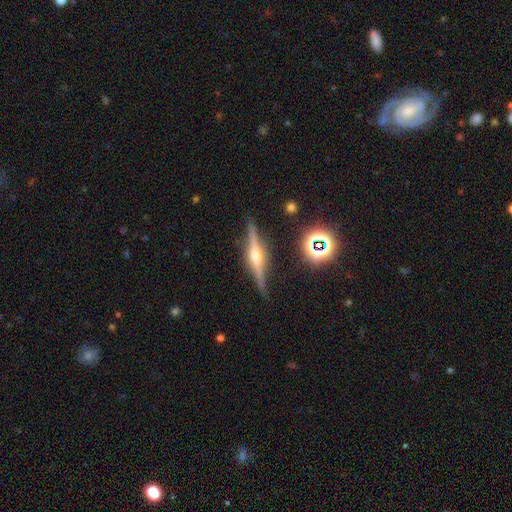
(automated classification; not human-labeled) featured or disk 81%, smooth 11%, star or artifact 9%. Down the decision tree: edge-on disk — yes (97%); edge-on bulge — rounded (87%); merging — none (88%).